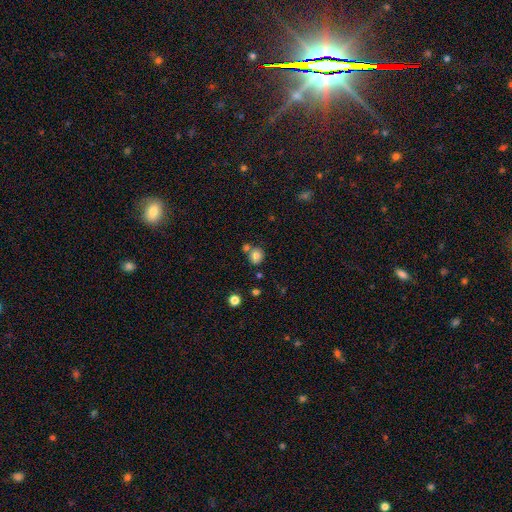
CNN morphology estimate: This is likely a smooth galaxy (79%). How rounded: clearly round (80%). Merging: likely none (66%).